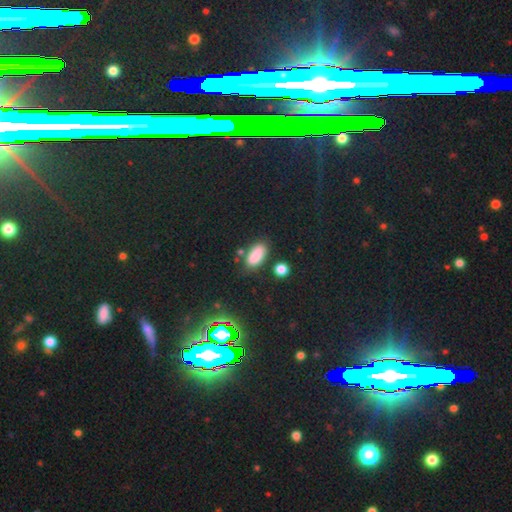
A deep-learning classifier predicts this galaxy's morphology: Overall: smooth (82%). How rounded: in between (85%). Merging: none (74%).